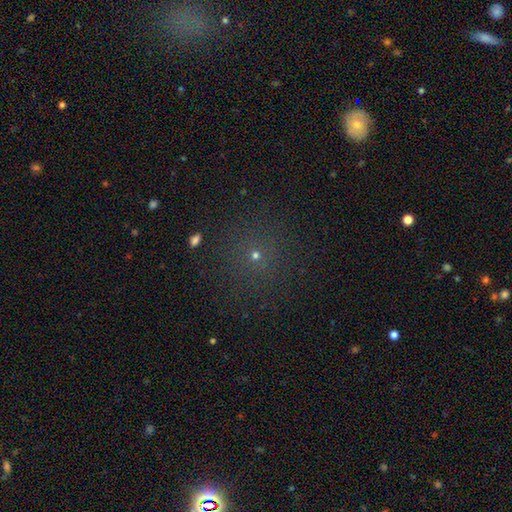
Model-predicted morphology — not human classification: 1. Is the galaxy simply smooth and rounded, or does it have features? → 56% smooth, 33% star or artifact, 11% featured or disk.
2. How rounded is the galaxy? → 93% round, 6% in between, 1% cigar-shaped.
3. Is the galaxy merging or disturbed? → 87% none, 7% minor disturbance, 3% major disturbance, 2% merger.